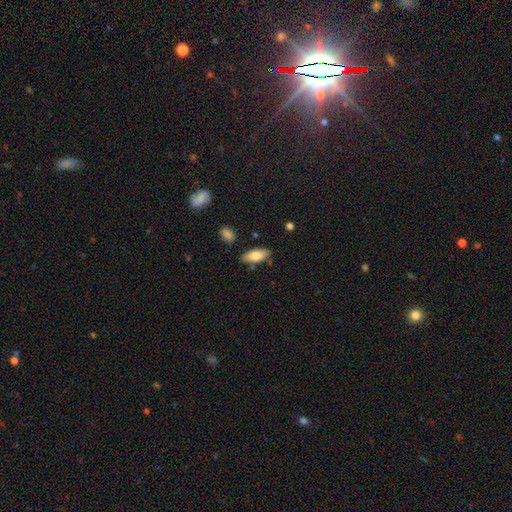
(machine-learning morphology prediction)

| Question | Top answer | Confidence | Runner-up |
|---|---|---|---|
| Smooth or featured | smooth | 81% | featured or disk (13%) |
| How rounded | in between | 86% | cigar-shaped (12%) |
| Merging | none | 81% | minor disturbance (14%) |